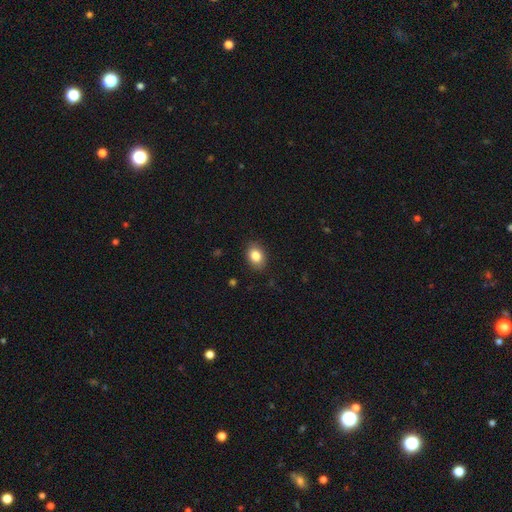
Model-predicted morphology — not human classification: smooth-or-featured: smooth: 84% | star or artifact: 8% | featured or disk: 7%
  how-rounded: in between: 74% | round: 25% | cigar-shaped: 1%
  merging: none: 87% | minor disturbance: 10% | major disturbance: 2% | merger: 1%